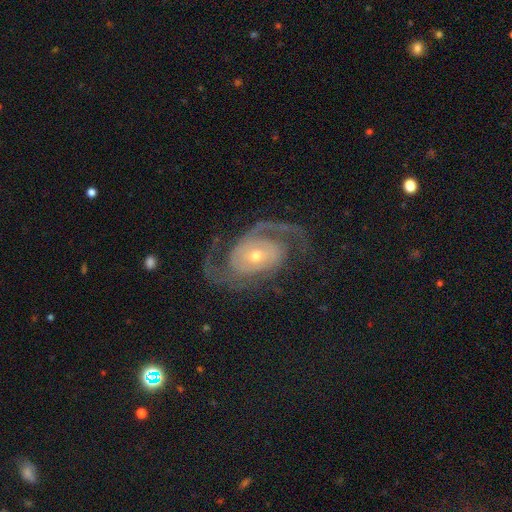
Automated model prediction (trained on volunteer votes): A featured or disk galaxy (89%) with no bar (66%), 2 (85%) medium (49%) spiral arms (97%) and a small central bulge (52%).

Vote fractions:
- Smooth or featured? featured or disk: 89% / star or artifact: 6% / smooth: 5%
- Edge-on disk? no: 97% / yes: 3%
- Bar? no: 66% / weak: 24% / strong: 10%
- Spiral arms? yes: 97% / no: 3%
- Spiral winding? medium: 49% / tight: 33% / loose: 18%
- Spiral arm count? 2: 85% / 3: 5% / can't tell: 4% / 1: 2% / 4: 2% / more than 4: 2%
- Bulge size? small: 52% / moderate: 43% / large: 3% / dominant: 1% / none: 1%
- Merging? none: 71% / minor disturbance: 15% / major disturbance: 13% / merger: 1%